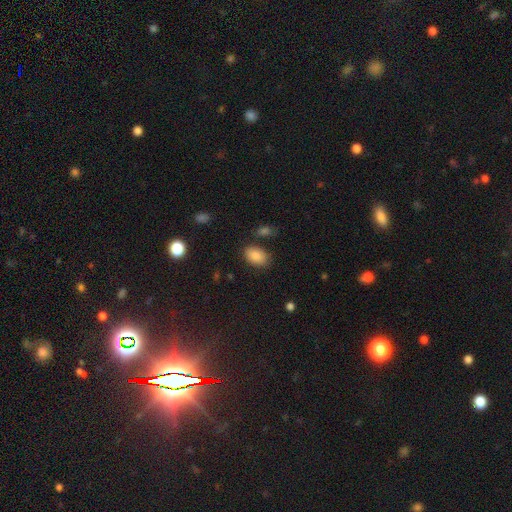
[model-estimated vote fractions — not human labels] A smooth galaxy with no disk features (86%) that is in between round and cigar-shaped (83%). Merging: none (78%).